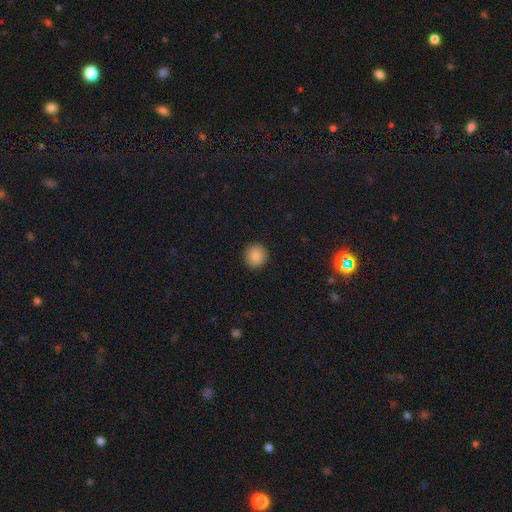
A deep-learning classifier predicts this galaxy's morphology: A smooth galaxy with no disk features (88%) that is round (95%). Merging: none (93%).